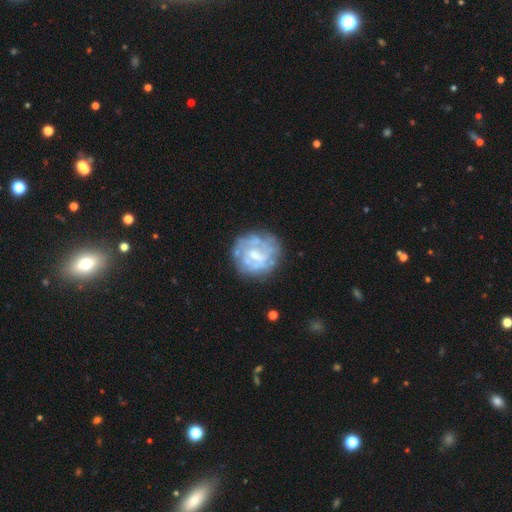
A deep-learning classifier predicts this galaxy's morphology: smooth-or-featured: featured or disk: 68% | smooth: 25% | star or artifact: 7%
  disk-edge-on: no: 98% | yes: 2%
    bar: no: 47% | weak: 42% | strong: 10%
    has-spiral-arms: no: 60% | yes: 40%
    bulge-size: moderate: 48% | small: 40% | none: 8% | large: 3% | dominant: 1%
  merging: none: 65% | minor disturbance: 20% | major disturbance: 12% | merger: 4%